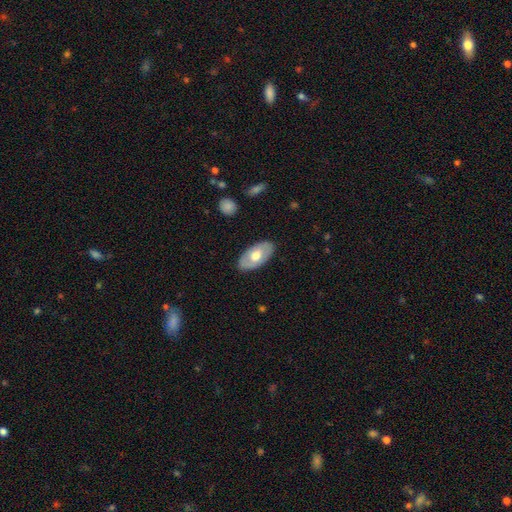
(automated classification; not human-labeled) This appears to be a smooth galaxy with no disk features (56%) that is in between round and cigar-shaped (94%). Merging: none (85%).